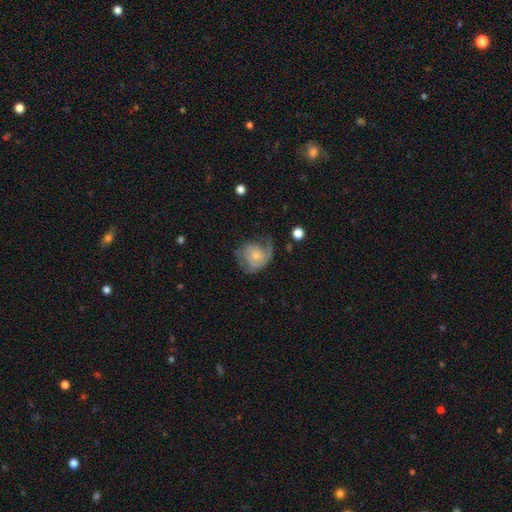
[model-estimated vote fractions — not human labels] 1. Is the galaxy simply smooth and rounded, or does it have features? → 60% featured or disk, 33% smooth, 7% star or artifact.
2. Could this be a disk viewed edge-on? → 97% no, 3% yes.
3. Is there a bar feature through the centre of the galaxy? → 77% no, 20% weak, 3% strong.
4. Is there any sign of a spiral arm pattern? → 84% yes, 16% no.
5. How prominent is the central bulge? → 55% small, 30% moderate, 9% none, 4% large, 2% dominant.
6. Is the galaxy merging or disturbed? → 40% none, 30% major disturbance, 28% minor disturbance, 2% merger.